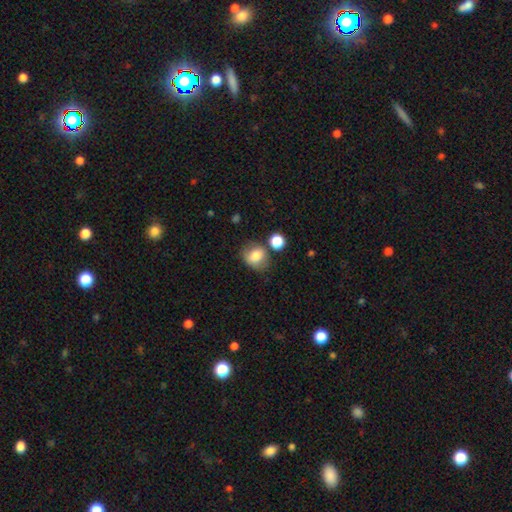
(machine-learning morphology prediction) This appears to be a smooth galaxy with no disk features (75%) that is round (57%). Merging: none (62%).